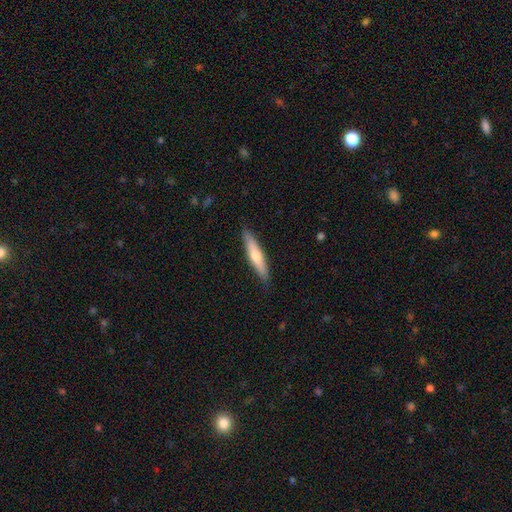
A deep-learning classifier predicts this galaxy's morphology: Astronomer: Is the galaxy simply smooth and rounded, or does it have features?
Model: smooth — 52% (runner-up: featured or disk, 43%).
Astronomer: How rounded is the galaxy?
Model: cigar-shaped — 86%.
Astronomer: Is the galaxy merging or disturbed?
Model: none — 88%.